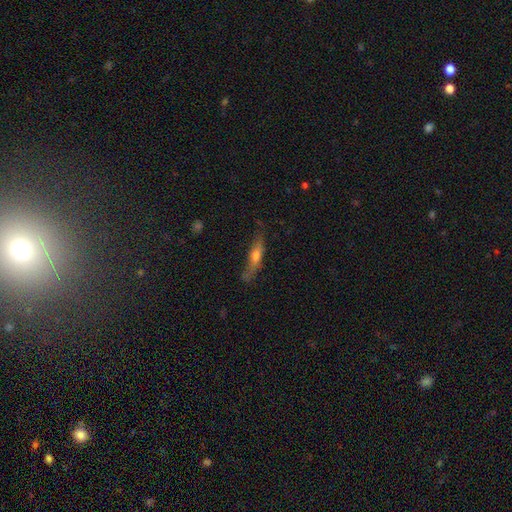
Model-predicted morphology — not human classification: Overall: featured or disk (50%; smooth 43%). Merging: none (71%).